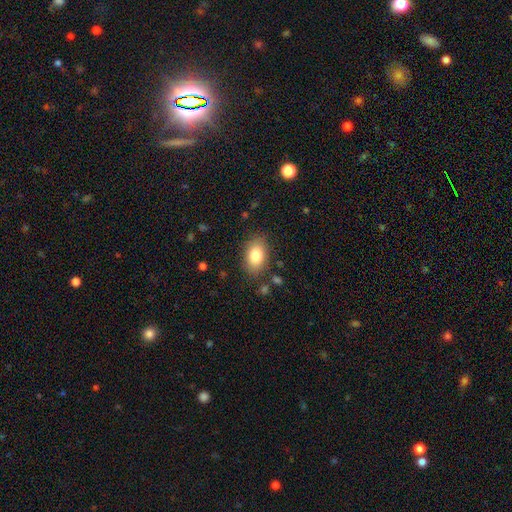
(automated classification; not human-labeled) Smooth or featured: smooth — 81% (featured or disk — 11%)
How rounded: in between — 86% (round — 13%)
Merging: none — 83% (minor disturbance — 12%)